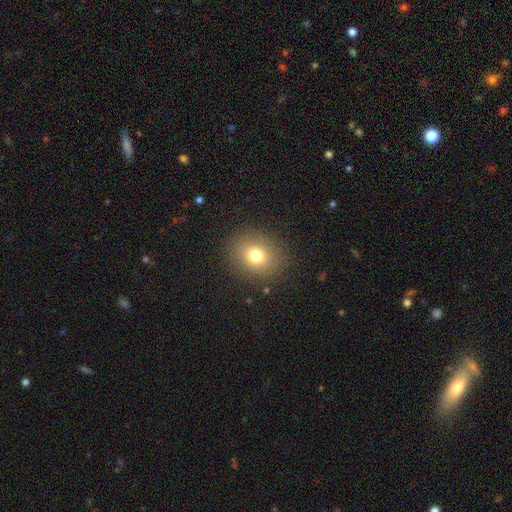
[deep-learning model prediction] smooth_or_featured: smooth (p=0.76) [alt: star or artifact p=0.13]
how_rounded: round (p=0.67) [alt: in between p=0.32]
merging: none (p=0.87) [alt: minor disturbance p=0.08]